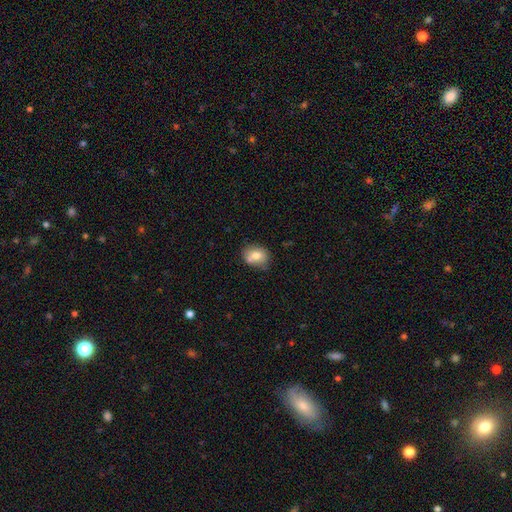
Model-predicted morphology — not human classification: Smooth or featured: smooth — 73% (featured or disk — 18%)
How rounded: in between — 53% (round — 46%)
Merging: none — 61% (merger — 18%)